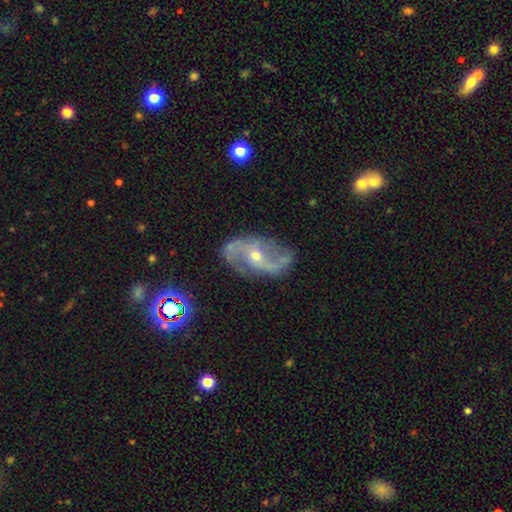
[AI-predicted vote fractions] Smooth or featured? Predicted: featured or disk (p=0.88). Edge-on disk? Predicted: no (p=0.96). Bar? Predicted: no (p=0.47). Spiral arms? Predicted: yes (p=0.95). Spiral winding? Predicted: loose (p=0.56). Spiral arm count? Predicted: 2 (p=0.91). Bulge size? Predicted: small (p=0.55). Merging? Predicted: none (p=0.73).